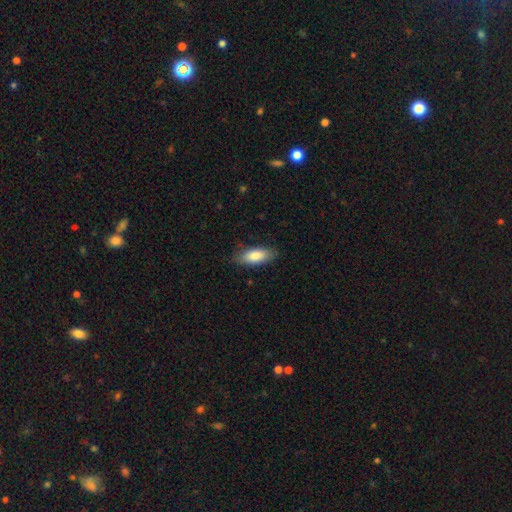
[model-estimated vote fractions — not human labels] Overall: smooth (84%). How rounded: in between (79%). Merging: none (82%).